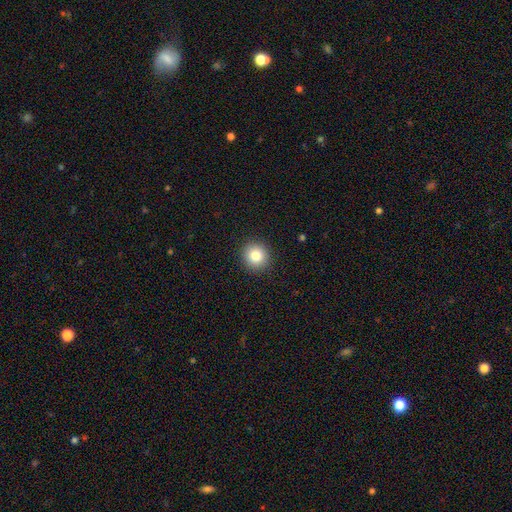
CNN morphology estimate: Smooth or featured? smooth (82%)
How rounded? round (91%)
Merging? none (92%)